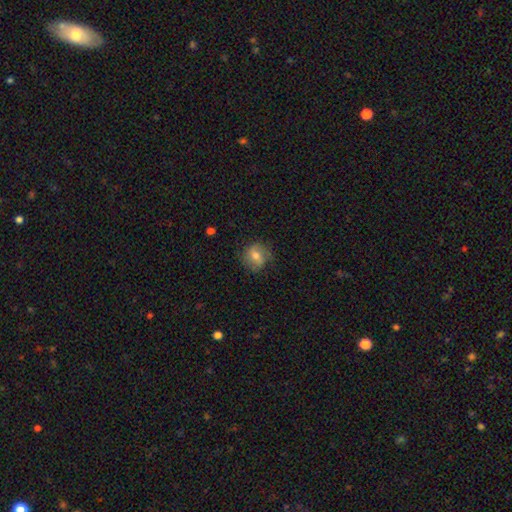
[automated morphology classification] Smooth or featured? Predicted: smooth (p=0.55). How rounded? Predicted: round (p=0.71). Merging? Predicted: none (p=0.68).